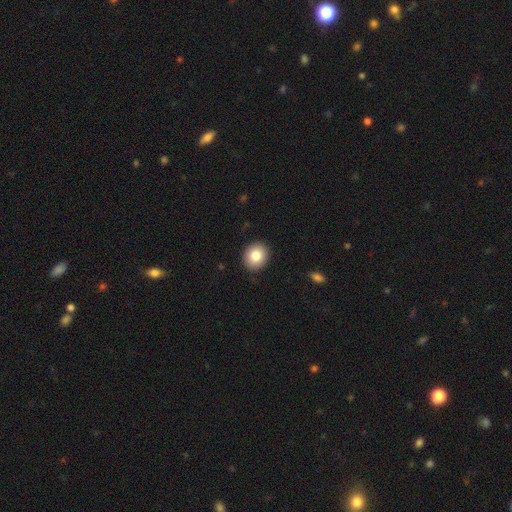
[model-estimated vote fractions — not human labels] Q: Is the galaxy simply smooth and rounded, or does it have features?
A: smooth — 84%.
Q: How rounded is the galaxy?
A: round — 67%.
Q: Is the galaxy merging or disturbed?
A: none — 90%.